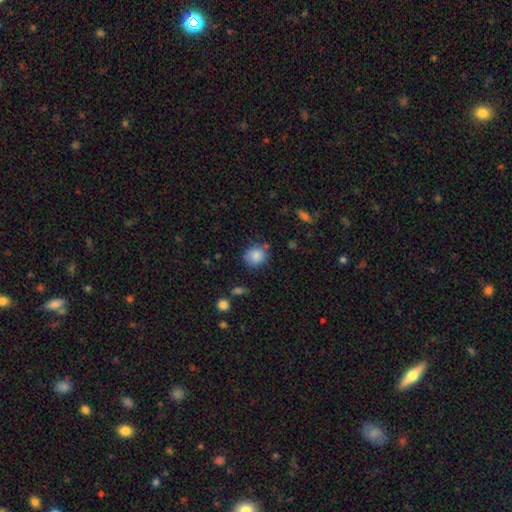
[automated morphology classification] smooth 84%, star or artifact 9%, featured or disk 7%. Down the decision tree: how rounded — round (72%); merging — none (74%).